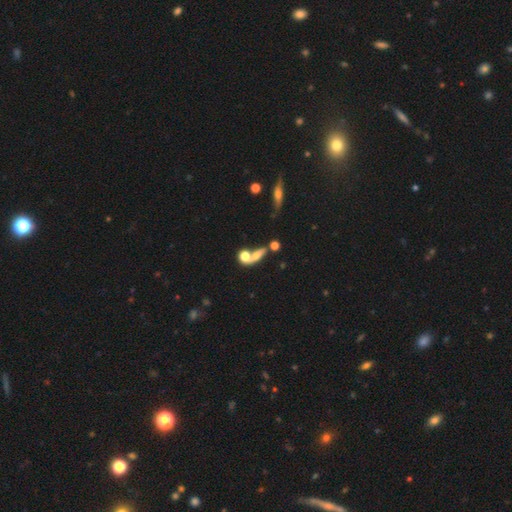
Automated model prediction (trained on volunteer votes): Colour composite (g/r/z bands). It shows a smooth galaxy with no disk features (56%) that is in between round and cigar-shaped (42%). Merging: merger (42%).